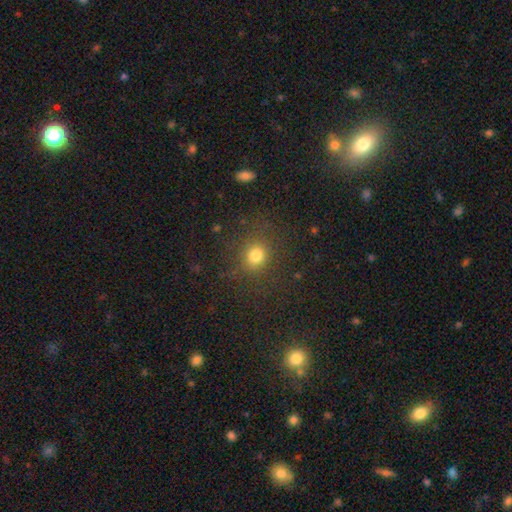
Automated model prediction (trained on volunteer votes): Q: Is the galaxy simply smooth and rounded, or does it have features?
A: smooth — 75%.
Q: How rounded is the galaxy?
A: round — 79%.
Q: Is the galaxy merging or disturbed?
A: none — 84%.